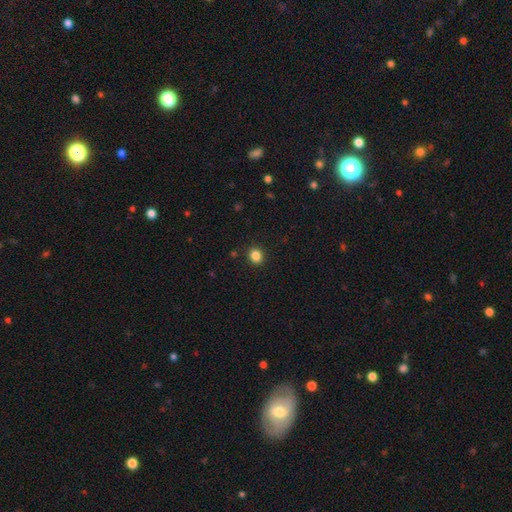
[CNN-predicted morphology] Smooth or featured: smooth — 85% (star or artifact — 11%)
How rounded: round — 73% (in between — 26%)
Merging: none — 90% (minor disturbance — 6%)